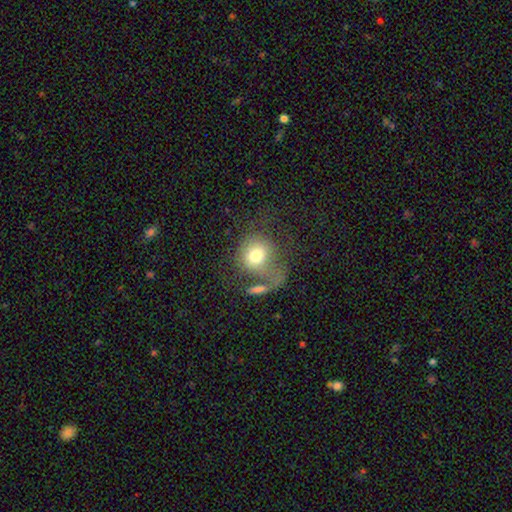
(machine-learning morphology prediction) Smooth or featured? Predicted: smooth (p=0.70). How rounded? Predicted: round (p=0.76). Merging? Predicted: major disturbance (p=0.35).